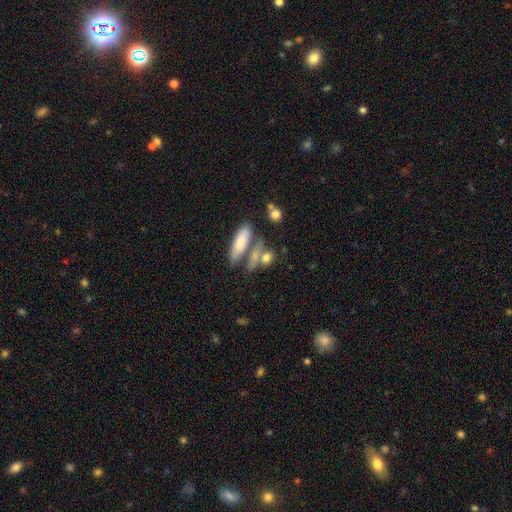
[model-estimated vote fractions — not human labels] Q: Smooth or featured?
A: smooth (68%); runner-up: featured or disk (22%)
Q: How rounded?
A: in between (47%); runner-up: cigar-shaped (34%)
Q: Merging?
A: none (45%); runner-up: merger (34%)